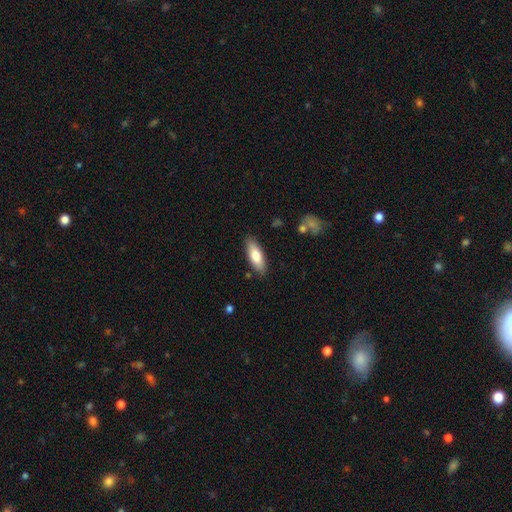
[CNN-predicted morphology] Q: Smooth or featured?
A: smooth (78%); runner-up: featured or disk (16%)
Q: How rounded?
A: in between (67%); runner-up: cigar-shaped (31%)
Q: Merging?
A: none (86%); runner-up: minor disturbance (11%)